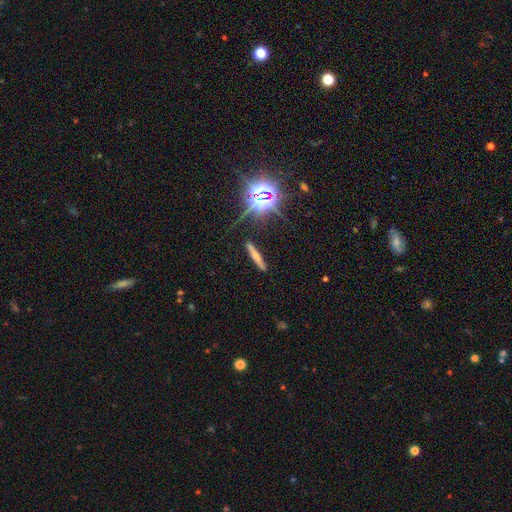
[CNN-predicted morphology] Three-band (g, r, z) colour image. It shows a smooth galaxy with no disk features (52%) that is cigar-shaped (91%). Merging: none (86%).